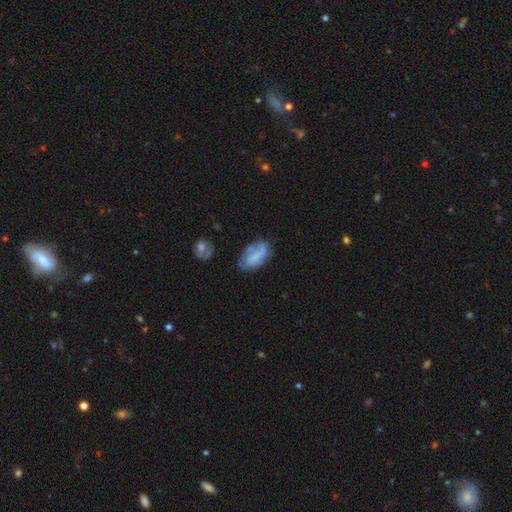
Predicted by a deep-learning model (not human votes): Smooth or featured? smooth (63%)
How rounded? in between (90%)
Merging? none (48%)